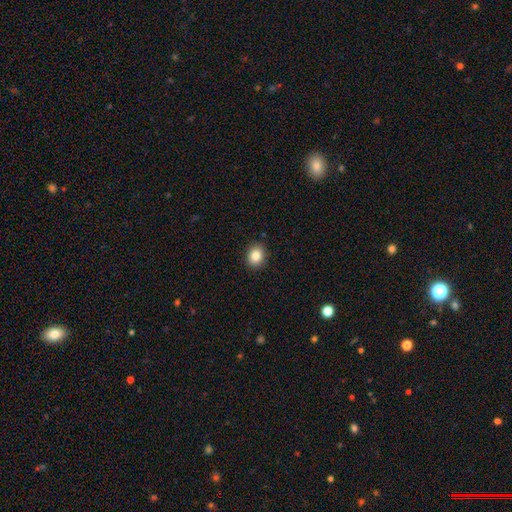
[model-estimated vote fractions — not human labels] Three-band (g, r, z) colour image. It shows a smooth galaxy with no disk features (84%) that is round (59%). Merging: none (90%).